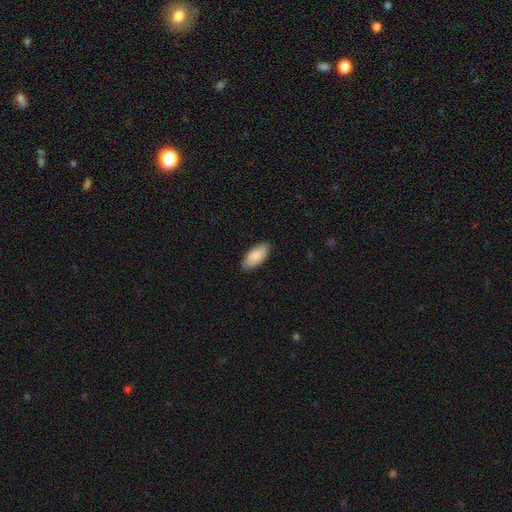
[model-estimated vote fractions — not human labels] Overall: smooth (88%). How rounded: in between (89%). Merging: none (88%).